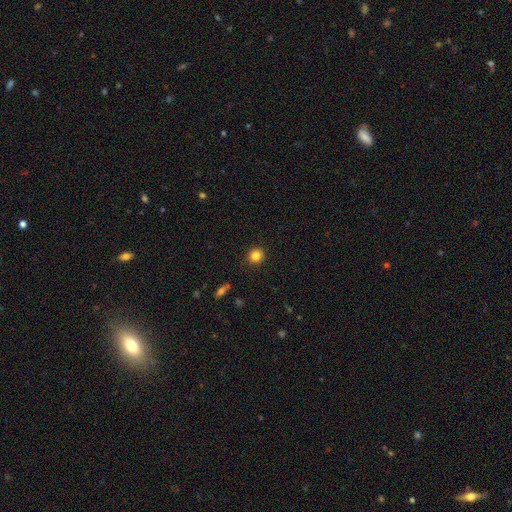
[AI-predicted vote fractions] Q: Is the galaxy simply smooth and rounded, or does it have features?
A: smooth — 83%.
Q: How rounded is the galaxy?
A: round — 90%.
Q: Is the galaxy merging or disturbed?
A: none — 90%.